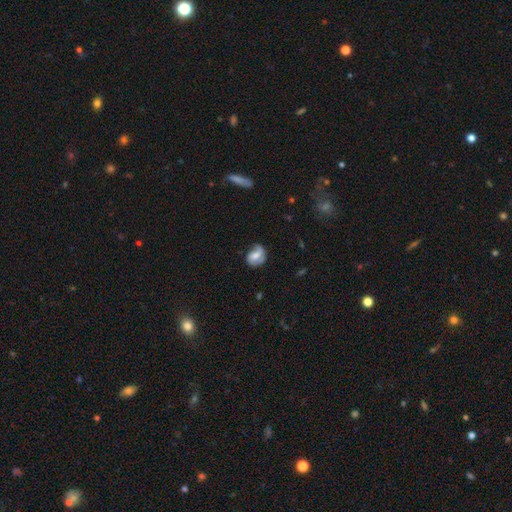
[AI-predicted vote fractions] Q: Smooth or featured?
A: featured or disk (54%); runner-up: smooth (38%)
Q: Edge-on disk?
A: no (97%); runner-up: yes (3%)
Q: Bar?
A: no (43%); runner-up: weak (42%)
Q: Spiral arms?
A: yes (83%); runner-up: no (17%)
Q: Bulge size?
A: moderate (53%); runner-up: small (28%)
Q: Merging?
A: none (57%); runner-up: minor disturbance (28%)